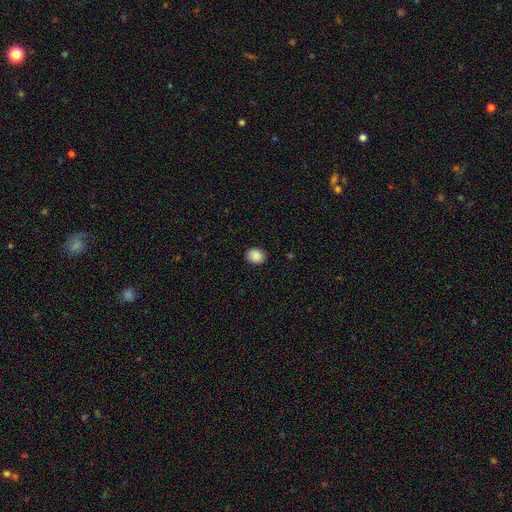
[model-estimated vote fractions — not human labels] smooth_or_featured: smooth (p=0.89) [alt: star or artifact p=0.08]
how_rounded: round (p=0.54) [alt: in between p=0.45]
merging: none (p=0.88) [alt: minor disturbance p=0.09]